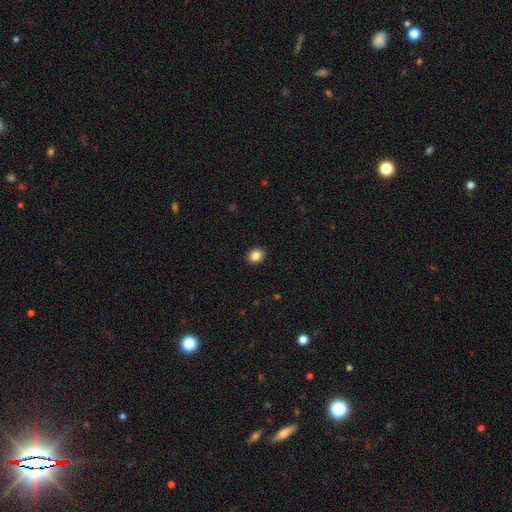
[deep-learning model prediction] Morphology: type=smooth (85%); roundness=round (65%); merging=none (92%).